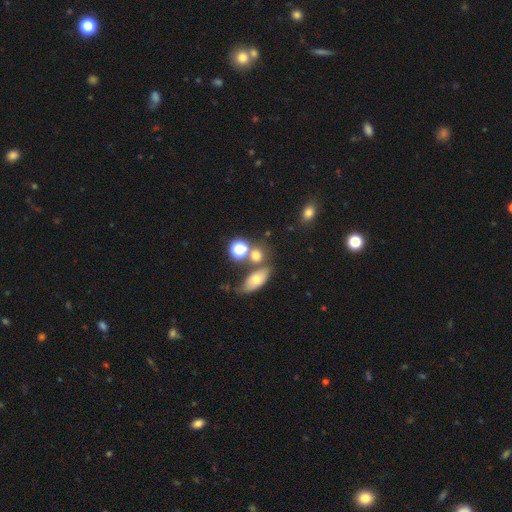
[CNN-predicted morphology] Smooth or featured? Predicted: smooth (p=0.66). How rounded? Predicted: round (p=0.60). Merging? Predicted: none (p=0.53).